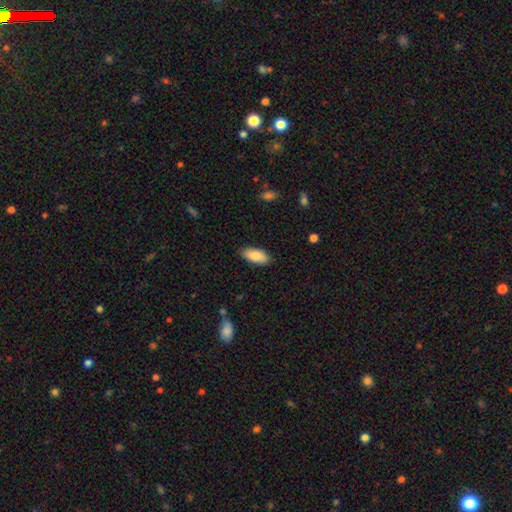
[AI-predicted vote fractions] Smooth or featured?
  - smooth: 86% *
  - featured or disk: 8%
  - star or artifact: 6%
How rounded?
  - in between: 89% *
  - cigar-shaped: 9%
  - round: 2%
Merging?
  - none: 87% *
  - minor disturbance: 10%
  - major disturbance: 2%
  - merger: 1%